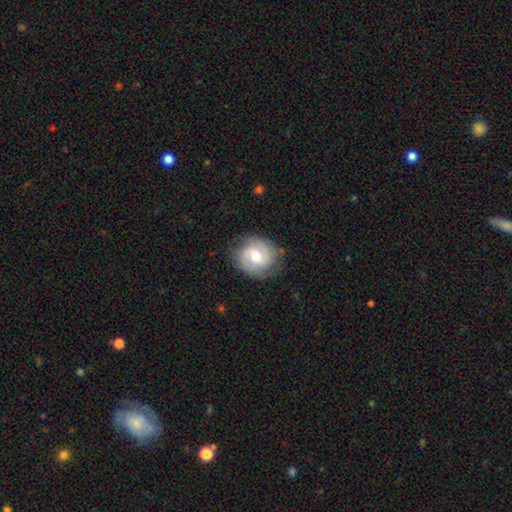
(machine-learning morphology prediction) A featured or disk galaxy (60%) with no bar (48%), 2 (75%) medium (44%) spiral arms (86%) and a moderate central bulge (71%).

Vote fractions:
- Smooth or featured? featured or disk: 60% / smooth: 33% / star or artifact: 7%
- Edge-on disk? no: 97% / yes: 3%
- Bar? no: 48% / weak: 43% / strong: 9%
- Spiral arms? yes: 86% / no: 14%
- Spiral winding? medium: 44% / tight: 35% / loose: 21%
- Spiral arm count? 2: 75% / can't tell: 13% / 3: 6% / 1: 4% / 4: 2% / more than 4: 2%
- Bulge size? moderate: 71% / small: 21% / large: 6% / none: 1% / dominant: 1%
- Merging? none: 80% / minor disturbance: 14% / major disturbance: 5% / merger: 1%